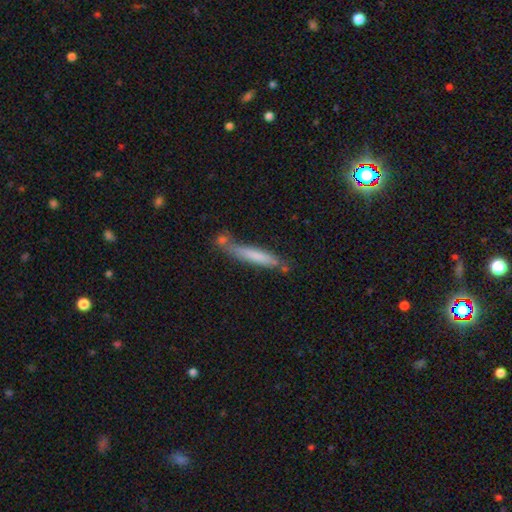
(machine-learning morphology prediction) Smooth or featured? smooth (69%)
How rounded? cigar-shaped (92%)
Merging? none (61%)